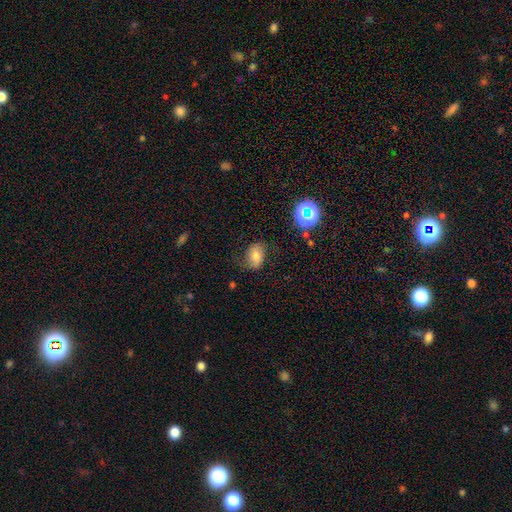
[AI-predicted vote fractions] A smooth galaxy with no disk features (60%) that is in between round and cigar-shaped (73%).

Vote fractions:
- Smooth or featured? smooth: 60% / featured or disk: 25% / star or artifact: 14%
- How rounded? in between: 73% / round: 26% / cigar-shaped: 1%
- Merging? none: 67% / minor disturbance: 23% / major disturbance: 9% / merger: 2%